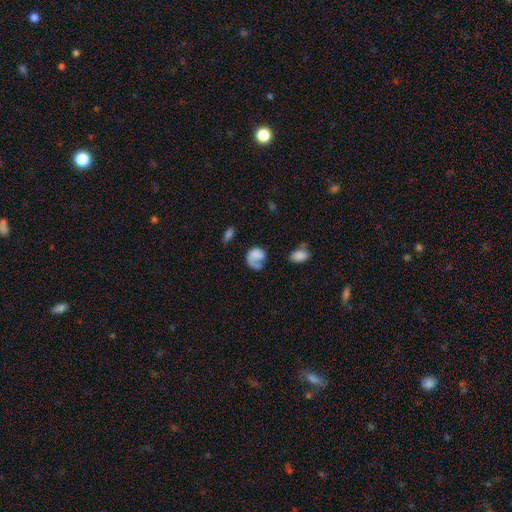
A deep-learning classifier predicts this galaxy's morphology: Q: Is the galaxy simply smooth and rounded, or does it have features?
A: smooth — 49%.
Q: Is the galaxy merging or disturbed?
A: major disturbance — 38%.